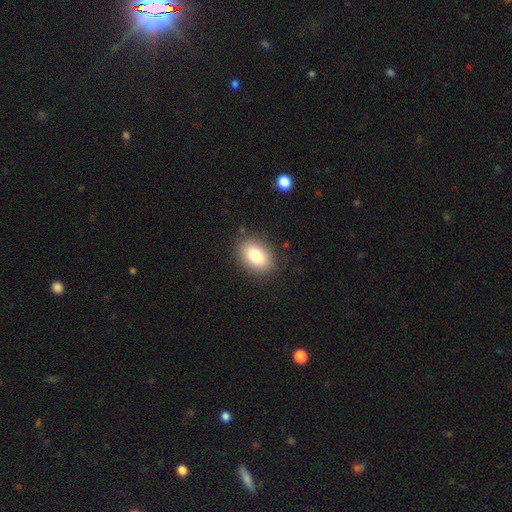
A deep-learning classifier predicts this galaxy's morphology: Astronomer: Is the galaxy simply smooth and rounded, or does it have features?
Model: smooth — 83%.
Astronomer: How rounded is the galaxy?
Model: in between — 84%.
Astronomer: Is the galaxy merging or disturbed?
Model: none — 86%.